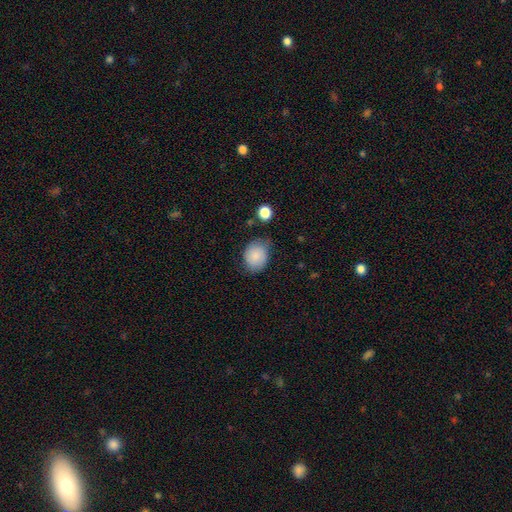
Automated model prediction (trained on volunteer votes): Smooth or featured: smooth — 85% (featured or disk — 8%)
How rounded: in between — 55% (round — 44%)
Merging: none — 64% (minor disturbance — 27%)